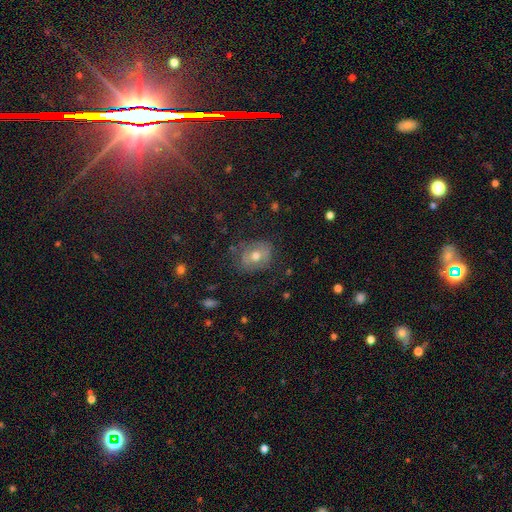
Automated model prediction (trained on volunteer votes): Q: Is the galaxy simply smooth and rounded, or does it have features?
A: smooth — 50%.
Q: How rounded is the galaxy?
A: in between — 52%.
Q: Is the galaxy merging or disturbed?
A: none — 67%.